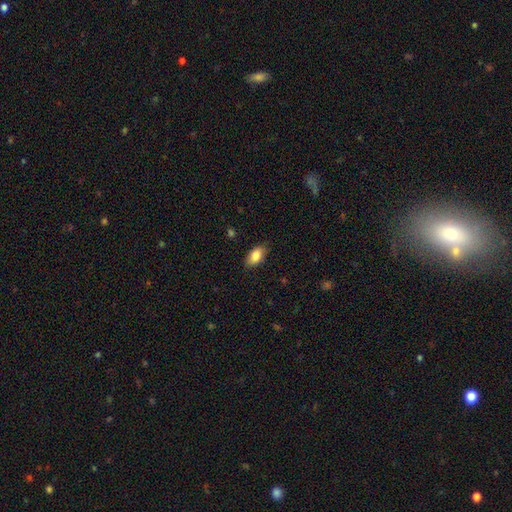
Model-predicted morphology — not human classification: Smooth or featured?
  - smooth: 85% *
  - featured or disk: 9%
  - star or artifact: 7%
How rounded?
  - in between: 91% *
  - cigar-shaped: 5%
  - round: 4%
Merging?
  - none: 84% *
  - minor disturbance: 13%
  - major disturbance: 3%
  - merger: 1%